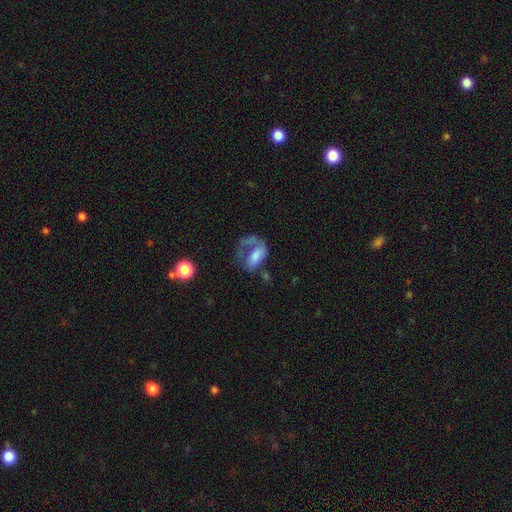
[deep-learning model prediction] A smooth galaxy with no disk features (49%).

Vote fractions:
- Smooth or featured? smooth: 49% / featured or disk: 41% / star or artifact: 10%
- Merging? major disturbance: 55% / none: 22% / minor disturbance: 14% / merger: 9%